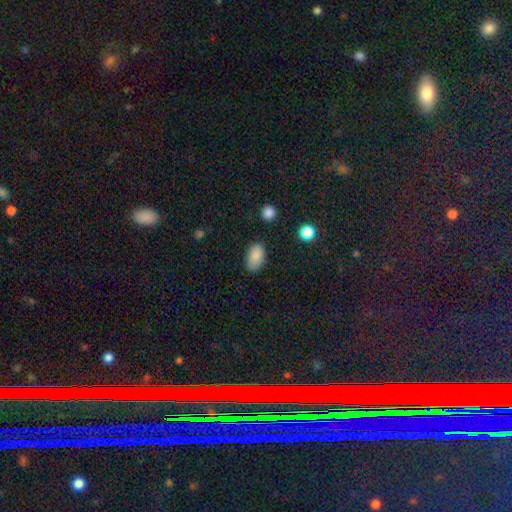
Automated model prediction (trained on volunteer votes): Smooth or featured? Predicted: smooth (p=0.87). How rounded? Predicted: in between (p=0.92). Merging? Predicted: none (p=0.79).